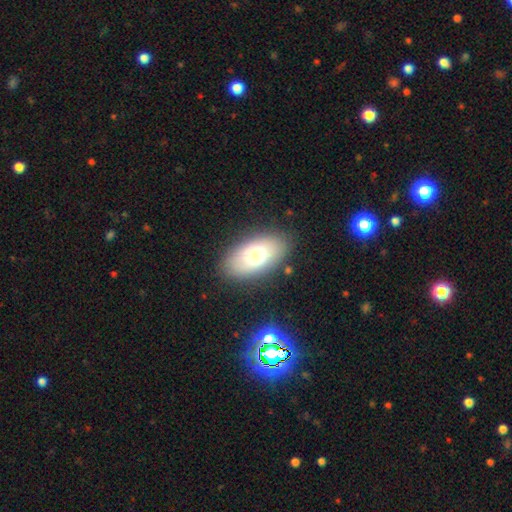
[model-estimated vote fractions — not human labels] Q: Smooth or featured?
A: smooth (73%); runner-up: featured or disk (19%)
Q: How rounded?
A: in between (93%); runner-up: round (4%)
Q: Merging?
A: none (84%); runner-up: minor disturbance (11%)